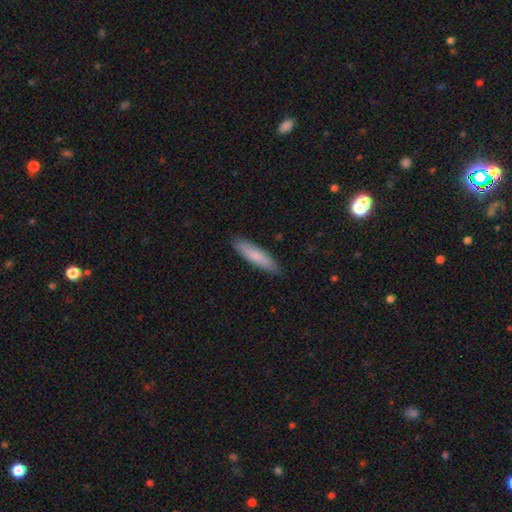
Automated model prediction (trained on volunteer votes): The model was most divided on "how rounded": cigar-shaped: 75%, in between: 24%, round: 1%. More confident: merging — none (89%); smooth or featured — smooth (82%).